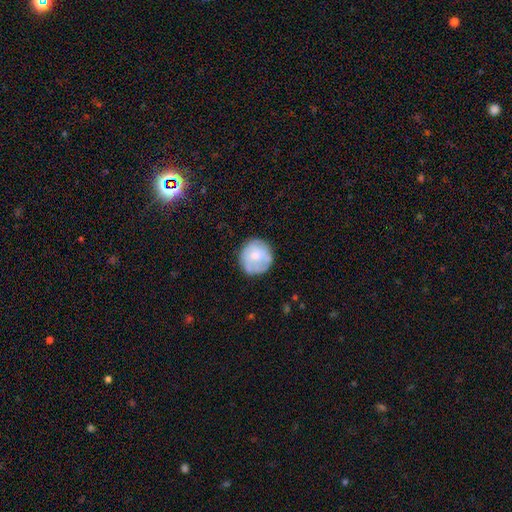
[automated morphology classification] smooth-or-featured: featured or disk: 46% (tied) | smooth: 46% (tied) | star or artifact: 8%
  merging: none: 75% | minor disturbance: 16% | major disturbance: 7% | merger: 2%